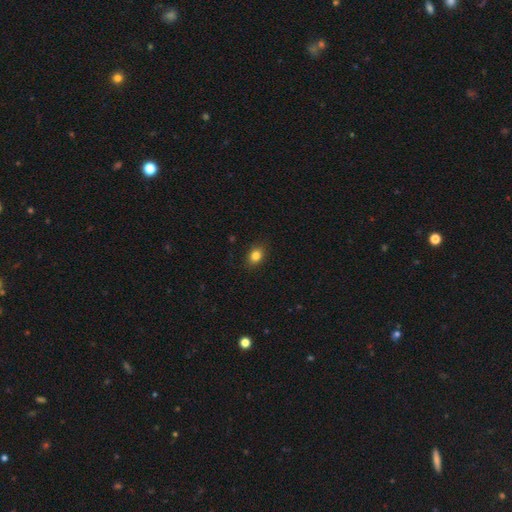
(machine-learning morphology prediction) A smooth galaxy with no disk features (84%) that is in between round and cigar-shaped (64%).

Vote fractions:
- Smooth or featured? smooth: 84% / star or artifact: 10% / featured or disk: 6%
- How rounded? in between: 64% / round: 35% / cigar-shaped: 1%
- Merging? none: 88% / minor disturbance: 9% / major disturbance: 2% / merger: 1%